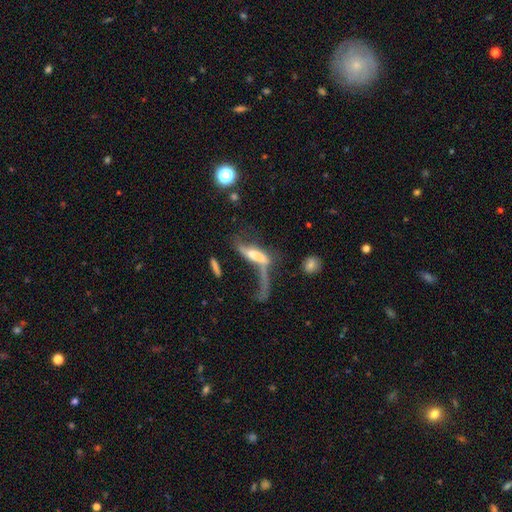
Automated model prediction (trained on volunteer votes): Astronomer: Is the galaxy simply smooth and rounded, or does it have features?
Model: featured or disk — 56% (runner-up: smooth, 35%).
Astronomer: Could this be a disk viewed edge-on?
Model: no — 65%.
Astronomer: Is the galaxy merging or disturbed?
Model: major disturbance — 46% (runner-up: merger, 26%).